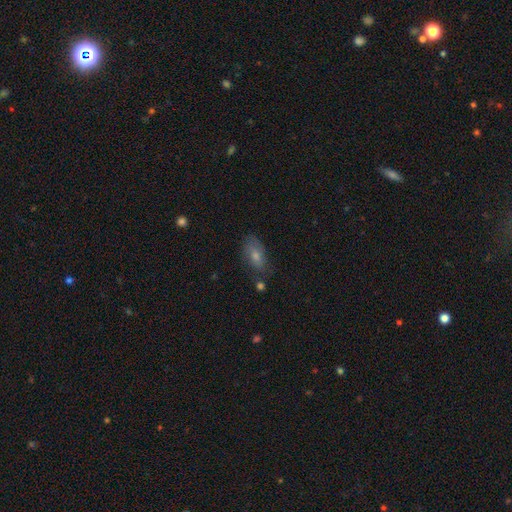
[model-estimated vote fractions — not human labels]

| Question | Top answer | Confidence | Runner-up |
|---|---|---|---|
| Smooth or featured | smooth | 52% | featured or disk (32%) |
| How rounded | in between | 82% | cigar-shaped (10%) |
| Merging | none | 71% | minor disturbance (20%) |